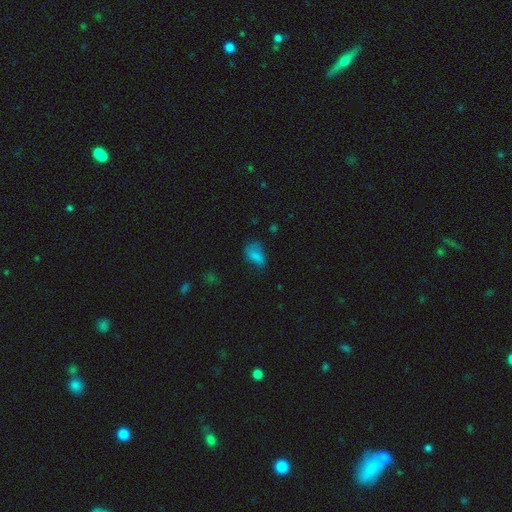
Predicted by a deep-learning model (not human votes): This is likely a smooth galaxy (74%). How rounded: clearly in between (88%). Merging: marginally none (41%).